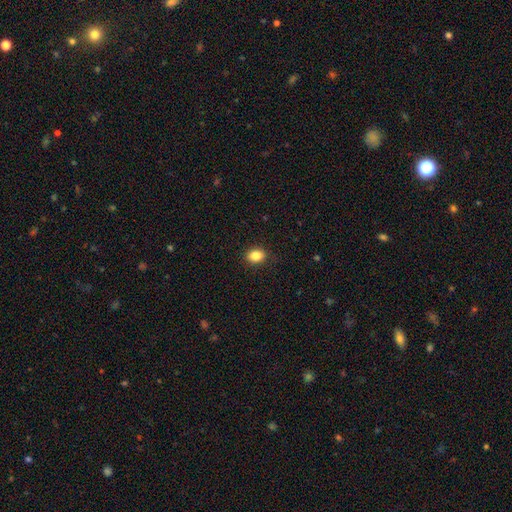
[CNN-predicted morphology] This appears to be a smooth galaxy with no disk features (86%) that is in between round and cigar-shaped (65%). Merging: none (87%).